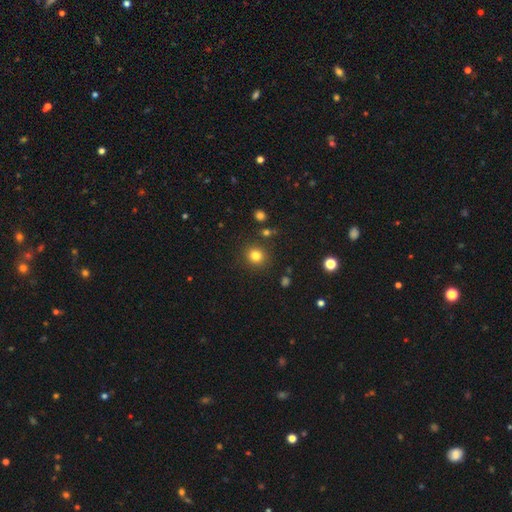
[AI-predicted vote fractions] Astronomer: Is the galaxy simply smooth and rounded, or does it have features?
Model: smooth — 81%.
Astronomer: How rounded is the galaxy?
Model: round — 86%.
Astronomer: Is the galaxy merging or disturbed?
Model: none — 87%.